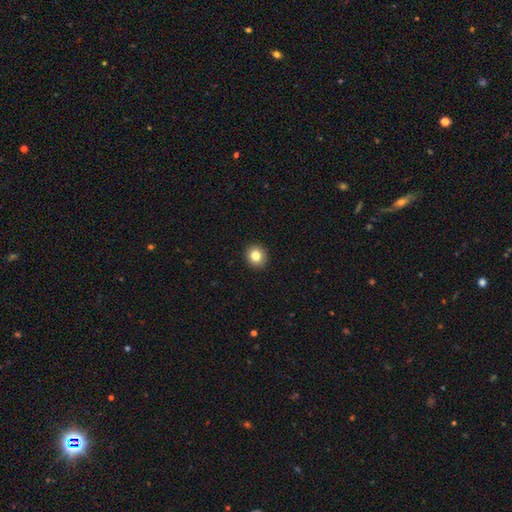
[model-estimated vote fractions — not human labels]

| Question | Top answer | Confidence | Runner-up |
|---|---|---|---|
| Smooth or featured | smooth | 82% | star or artifact (10%) |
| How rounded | round | 86% | in between (13%) |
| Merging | none | 92% | minor disturbance (5%) |